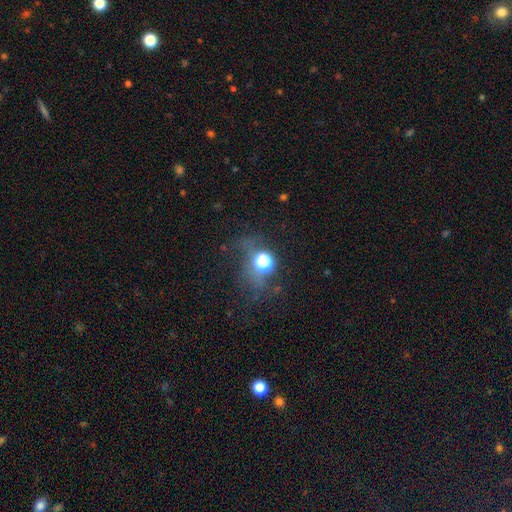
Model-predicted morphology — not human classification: Overall: star or artifact (42%; smooth 39%).